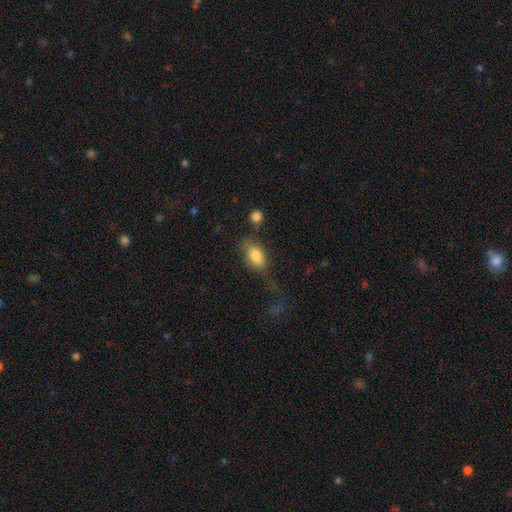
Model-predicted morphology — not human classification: The model was most divided on "merging": none: 35%, major disturbance: 31%, minor disturbance: 23%, merger: 11%. More confident: how rounded — in between (86%); smooth or featured — smooth (80%).